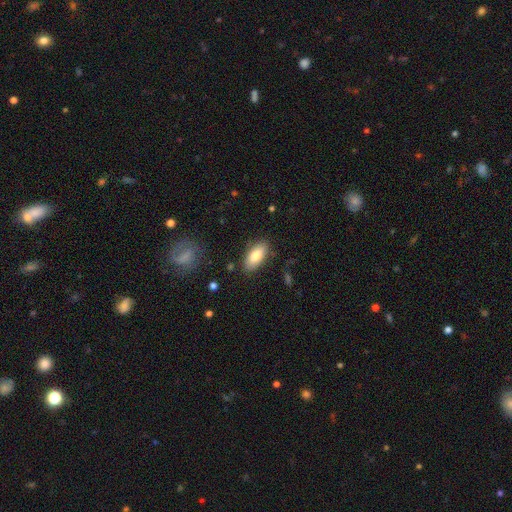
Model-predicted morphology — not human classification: smooth_or_featured: smooth (p=0.81) [alt: featured or disk p=0.13]
how_rounded: in between (p=0.89) [alt: cigar-shaped p=0.09]
merging: none (p=0.85) [alt: minor disturbance p=0.11]